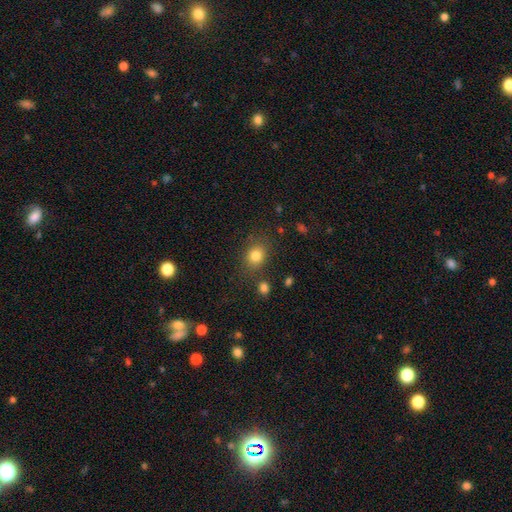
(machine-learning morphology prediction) This appears to be a smooth galaxy with no disk features (82%) that is round (61%). Merging: none (78%).